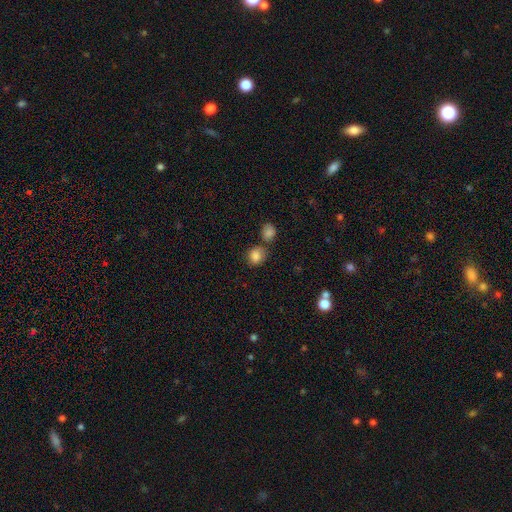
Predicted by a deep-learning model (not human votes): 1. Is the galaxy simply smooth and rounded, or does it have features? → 85% smooth, 10% star or artifact, 5% featured or disk.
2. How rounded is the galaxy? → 72% round, 26% in between, 1% cigar-shaped.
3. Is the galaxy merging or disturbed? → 62% none, 21% merger, 13% minor disturbance, 4% major disturbance.